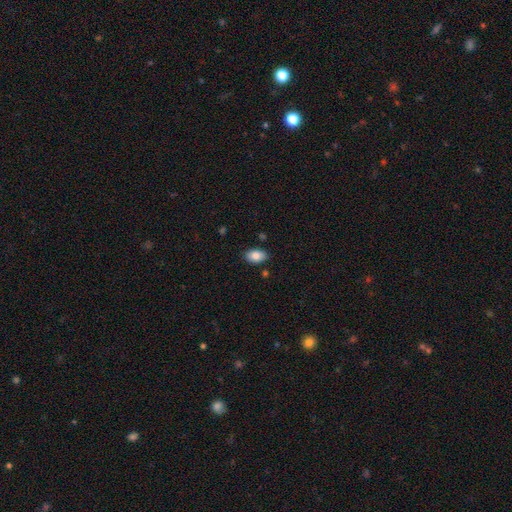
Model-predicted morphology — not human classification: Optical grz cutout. It shows a smooth galaxy with no disk features (83%) that is in between round and cigar-shaped (91%). Merging: none (86%).